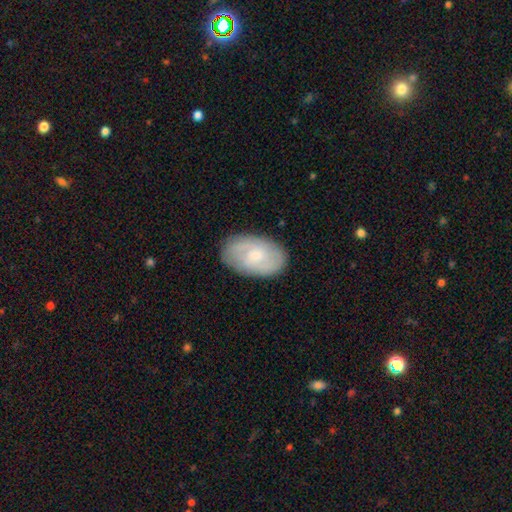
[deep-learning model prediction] This is possibly a featured or disk galaxy (54%). It is clearly not viewed edge-on (95%). Bar: possibly no (52%). Spiral arm pattern: clearly yes (84%). Central bulge: possibly small (48%). Merging: clearly none (83%).